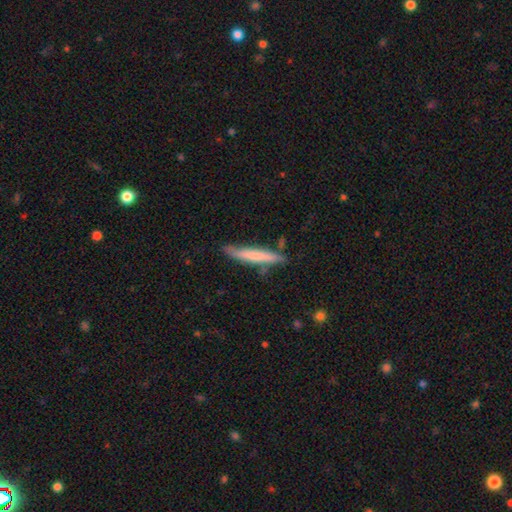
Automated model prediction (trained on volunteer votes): Smooth or featured? Predicted: smooth (p=0.65). How rounded? Predicted: cigar-shaped (p=0.94). Merging? Predicted: none (p=0.75).